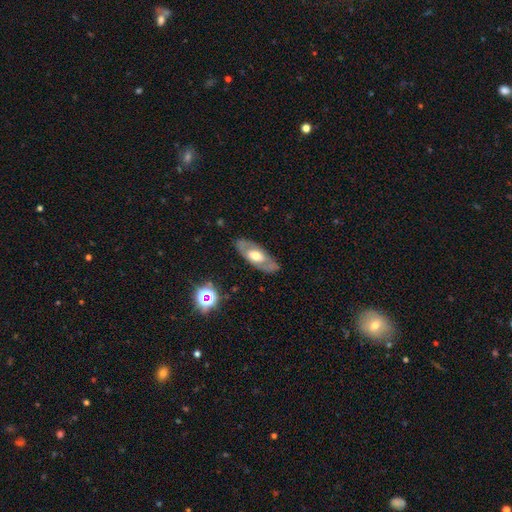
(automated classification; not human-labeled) Morphology: type=featured or disk (60%); edge-on=no (80%); merging=none (82%).